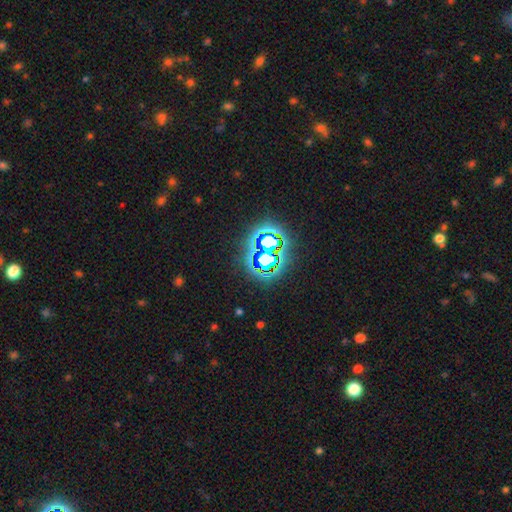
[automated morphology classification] This is likely a star or artifact rather than a galaxy (78%).